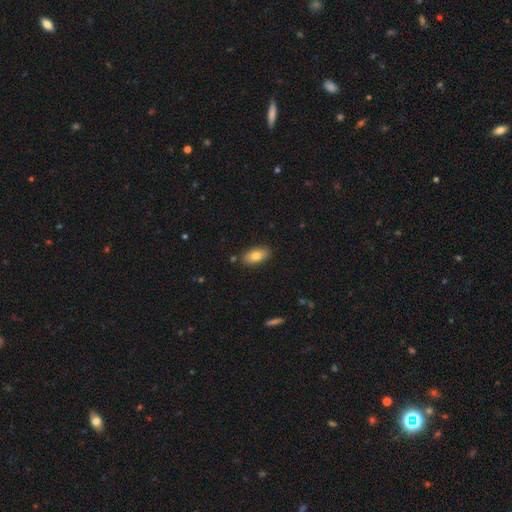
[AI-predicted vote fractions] Overall: smooth (77%). How rounded: in between (91%). Merging: none (86%).